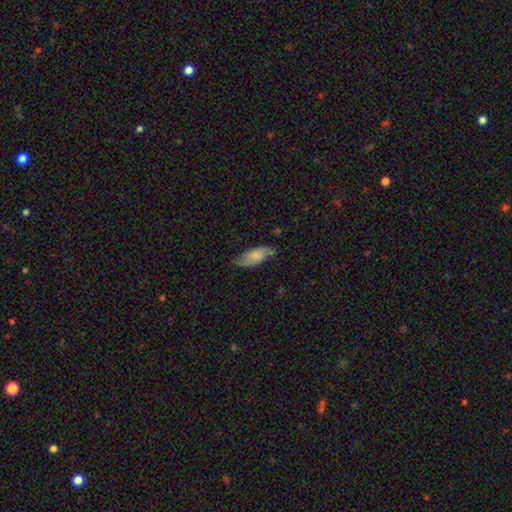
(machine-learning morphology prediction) A smooth galaxy with no disk features (64%) that is in between round and cigar-shaped (77%).

Vote fractions:
- Smooth or featured? smooth: 64% / featured or disk: 29% / star or artifact: 7%
- How rounded? in between: 77% / cigar-shaped: 20% / round: 2%
- Merging? none: 67% / minor disturbance: 26% / major disturbance: 6% / merger: 2%